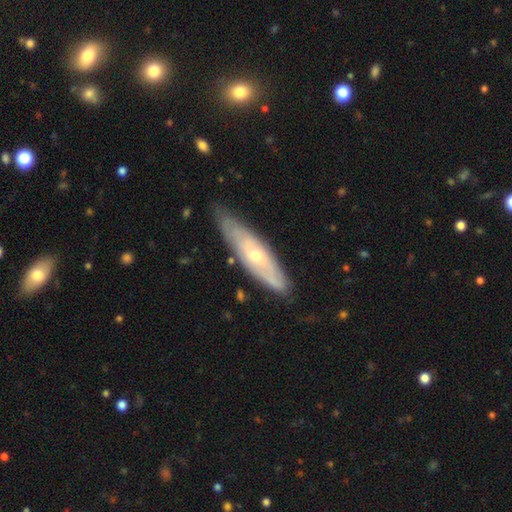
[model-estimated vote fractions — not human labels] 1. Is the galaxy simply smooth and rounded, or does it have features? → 63% featured or disk, 31% smooth, 6% star or artifact.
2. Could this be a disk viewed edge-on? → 59% no, 41% yes.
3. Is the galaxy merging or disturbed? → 72% none, 22% minor disturbance, 4% major disturbance, 2% merger.